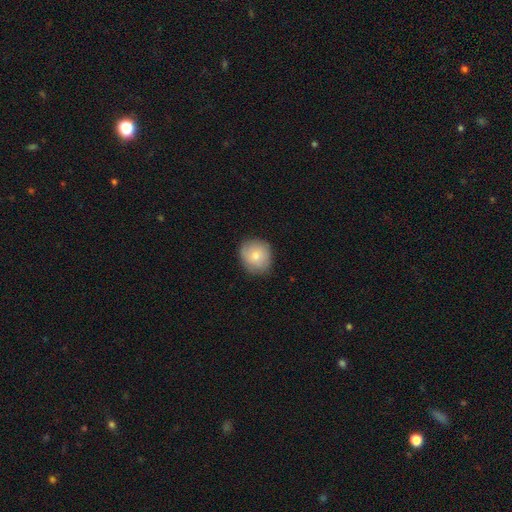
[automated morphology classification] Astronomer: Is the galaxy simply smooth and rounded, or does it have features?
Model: smooth — 77%.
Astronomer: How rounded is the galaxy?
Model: round — 80%.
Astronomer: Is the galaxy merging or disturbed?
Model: none — 81%.